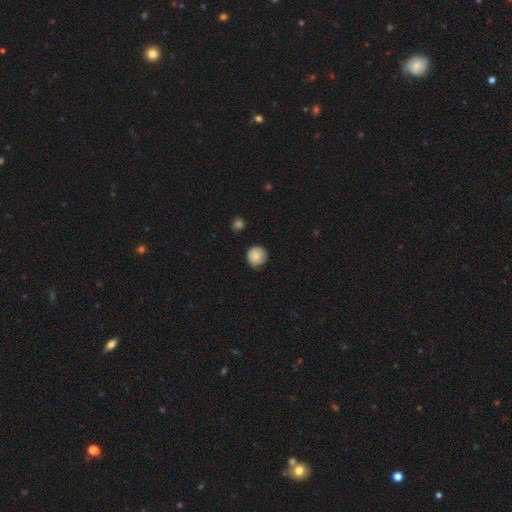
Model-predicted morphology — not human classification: A smooth galaxy with no disk features (80%) that is round (92%).

Vote fractions:
- Smooth or featured? smooth: 80% / featured or disk: 12% / star or artifact: 8%
- How rounded? round: 92% / in between: 7% / cigar-shaped: 1%
- Merging? none: 73% / minor disturbance: 22% / major disturbance: 3% / merger: 1%